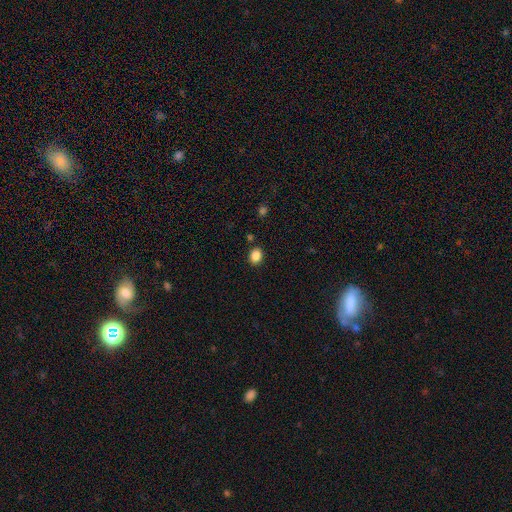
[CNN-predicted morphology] smooth-or-featured: smooth: 86% | star or artifact: 10% | featured or disk: 3%
  how-rounded: in between: 55% | round: 44% | cigar-shaped: 1%
  merging: none: 86% | minor disturbance: 8% | merger: 3% | major disturbance: 2%